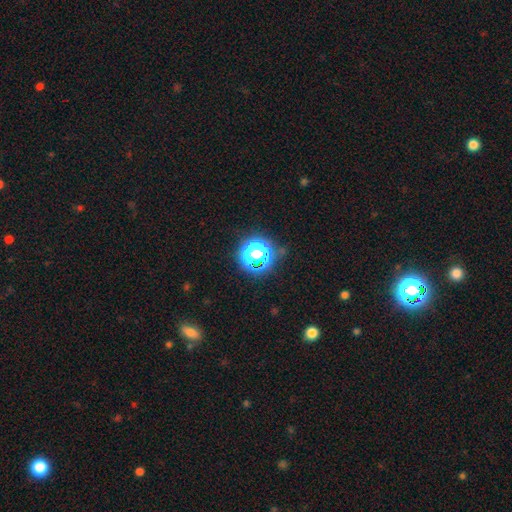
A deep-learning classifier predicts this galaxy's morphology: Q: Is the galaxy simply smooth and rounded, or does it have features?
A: star or artifact — 66%.